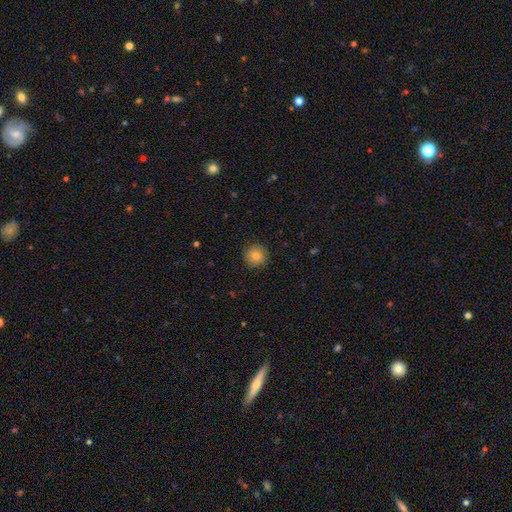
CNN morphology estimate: Overall: smooth (82%). How rounded: round (95%). Merging: none (90%).